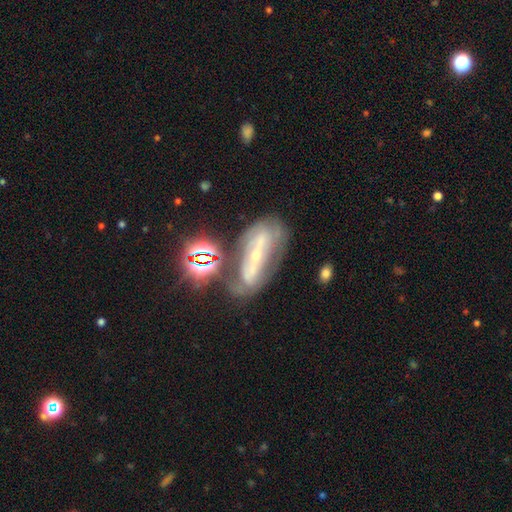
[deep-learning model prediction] The model was most divided on "spiral arms": yes: 60%, no: 40%. More confident: edge-on disk — no (79%); bulge size — small (71%); smooth or featured — featured or disk (68%); bar — strong (54%); merging — none (53%).